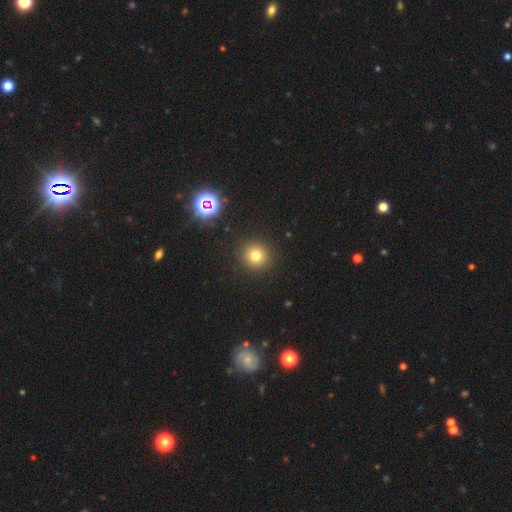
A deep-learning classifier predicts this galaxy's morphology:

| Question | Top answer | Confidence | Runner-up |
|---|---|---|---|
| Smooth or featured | smooth | 76% | star or artifact (17%) |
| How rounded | round | 93% | in between (6%) |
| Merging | none | 91% | minor disturbance (5%) |